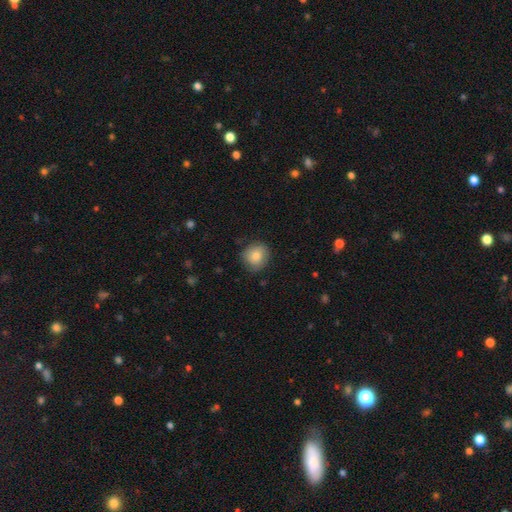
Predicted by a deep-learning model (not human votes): Q: Smooth or featured?
A: smooth (79%); runner-up: featured or disk (13%)
Q: How rounded?
A: round (82%); runner-up: in between (17%)
Q: Merging?
A: none (79%); runner-up: minor disturbance (16%)